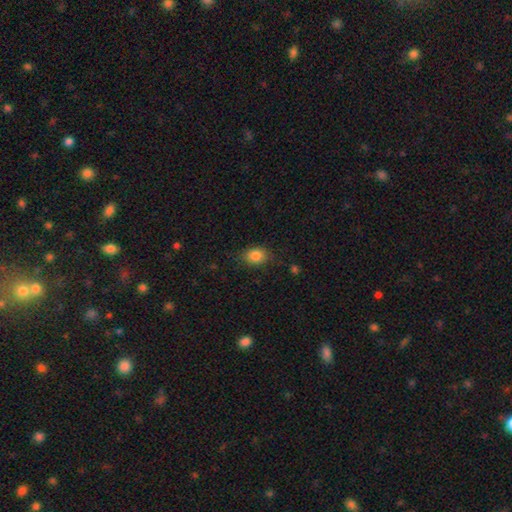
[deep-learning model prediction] Smooth or featured? Predicted: smooth (p=0.84). How rounded? Predicted: in between (p=0.59). Merging? Predicted: none (p=0.81).